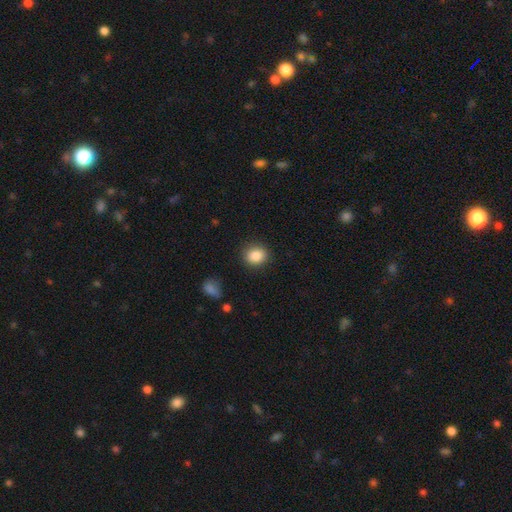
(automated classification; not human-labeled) This appears to be a smooth galaxy with no disk features (86%) that is round (69%). Merging: none (88%).